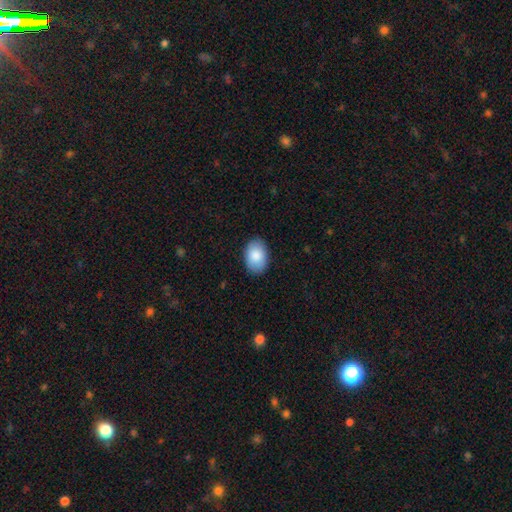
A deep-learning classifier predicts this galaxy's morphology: smooth-or-featured: smooth: 86% | featured or disk: 8% | star or artifact: 6%
  how-rounded: in between: 88% | round: 11% | cigar-shaped: 1%
  merging: none: 87% | minor disturbance: 10% | major disturbance: 2% | merger: 1%